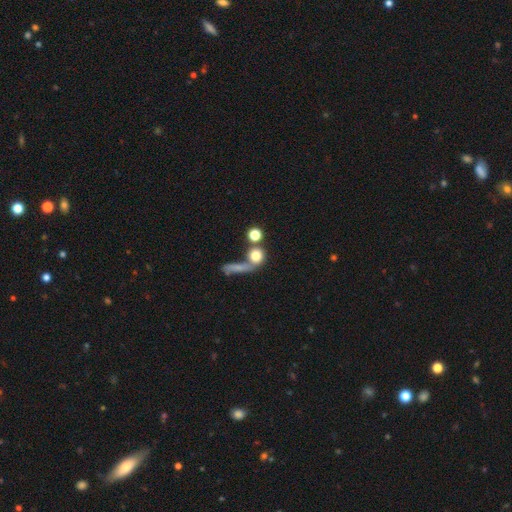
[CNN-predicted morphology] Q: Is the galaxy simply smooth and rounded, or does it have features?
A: smooth — 74%.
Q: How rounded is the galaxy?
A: round — 77%.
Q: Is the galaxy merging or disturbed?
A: none — 43%.